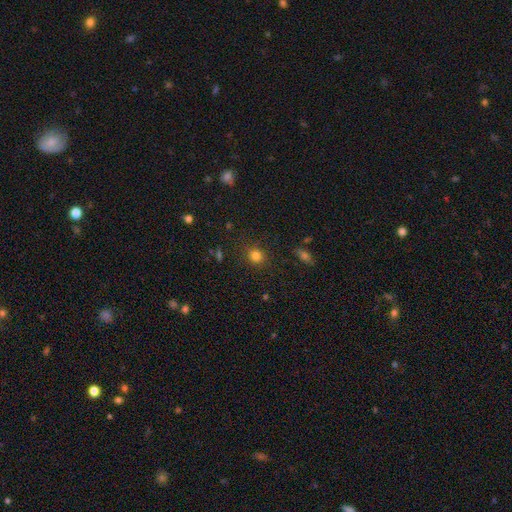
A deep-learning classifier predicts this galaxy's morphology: smooth-or-featured: smooth: 80% | star or artifact: 15% | featured or disk: 5%
  how-rounded: round: 83% | in between: 15% | cigar-shaped: 1%
  merging: none: 85% | minor disturbance: 10% | major disturbance: 3% | merger: 2%